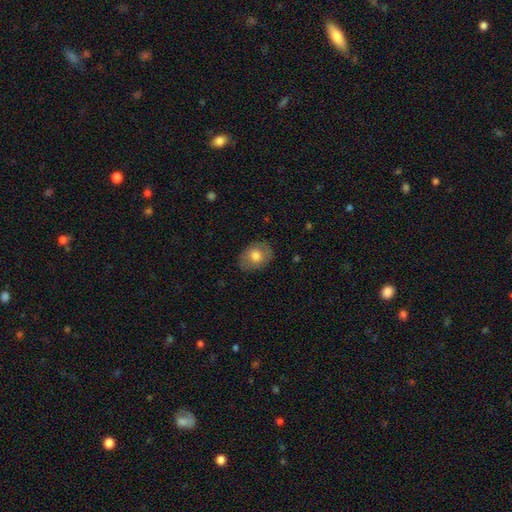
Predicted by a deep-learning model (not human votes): Q: Smooth or featured?
A: smooth (74%); runner-up: featured or disk (19%)
Q: How rounded?
A: in between (63%); runner-up: round (36%)
Q: Merging?
A: none (83%); runner-up: minor disturbance (13%)